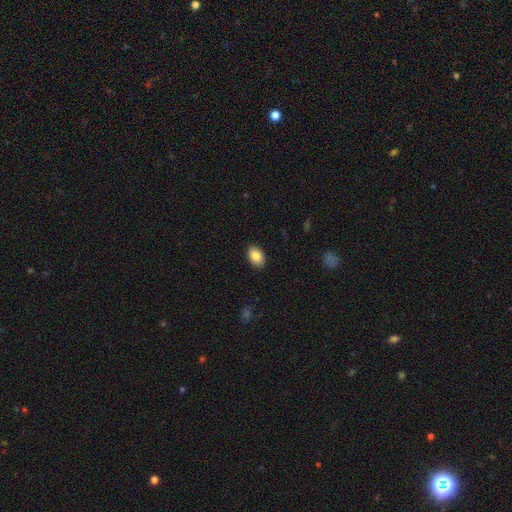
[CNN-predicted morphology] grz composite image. It shows a smooth galaxy with no disk features (87%) that is in between round and cigar-shaped (88%). Merging: none (89%).